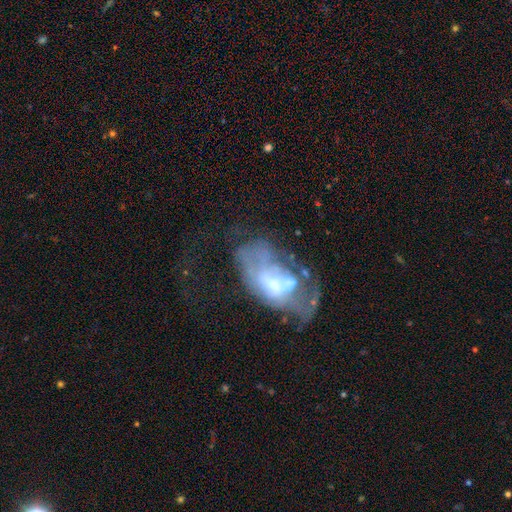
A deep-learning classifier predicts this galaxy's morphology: This is likely a featured or disk galaxy (63%). It is clearly not viewed edge-on (96%). Bar: likely no (72%). Spiral arm pattern: likely no (75%). Central bulge: marginally moderate (39%). Merging: marginally major disturbance (41%).